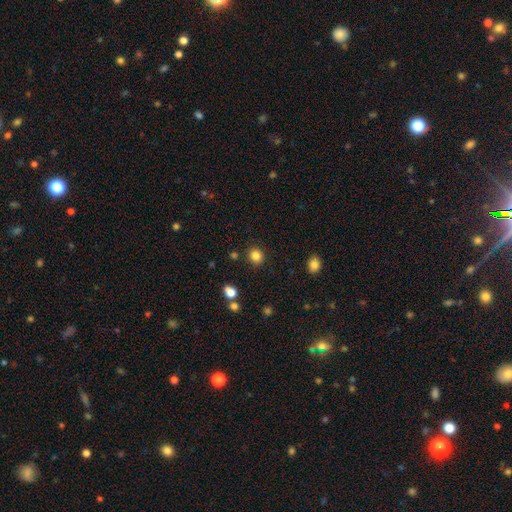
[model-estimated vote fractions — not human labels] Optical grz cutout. It shows a smooth galaxy with no disk features (84%) that is round (82%). Merging: none (89%).